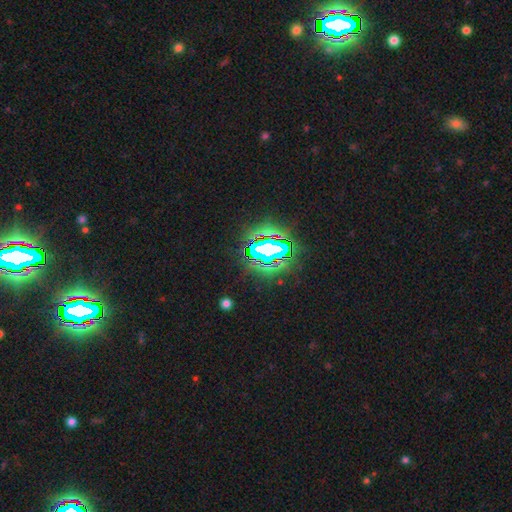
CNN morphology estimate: star or artifact 80%, smooth 11%, featured or disk 9%.